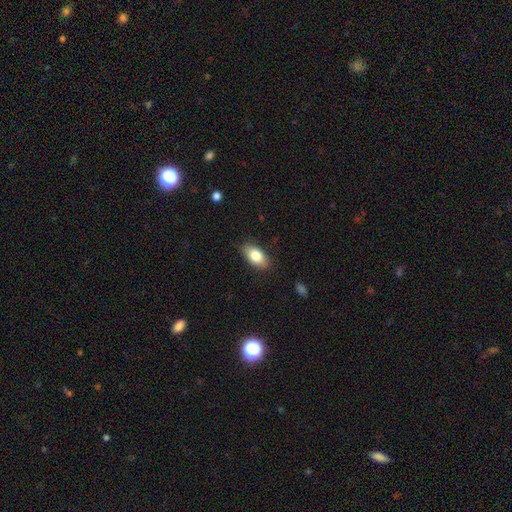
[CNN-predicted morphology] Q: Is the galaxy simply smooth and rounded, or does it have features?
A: smooth — 81%.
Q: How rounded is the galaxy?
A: in between — 91%.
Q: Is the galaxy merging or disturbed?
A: none — 84%.